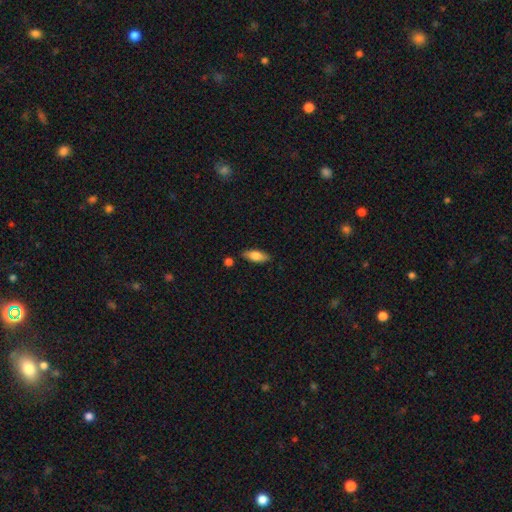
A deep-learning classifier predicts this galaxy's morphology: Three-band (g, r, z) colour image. It shows a smooth galaxy with no disk features (80%) that is in between round and cigar-shaped (75%). Merging: none (81%).